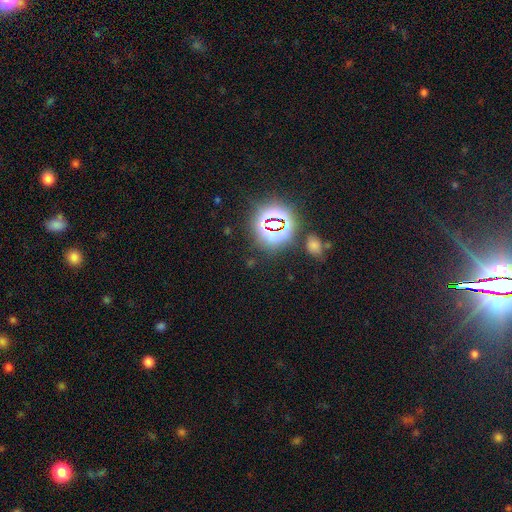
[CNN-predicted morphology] The model was most divided on "smooth or featured": star or artifact: 77%, smooth: 16%, featured or disk: 7%.